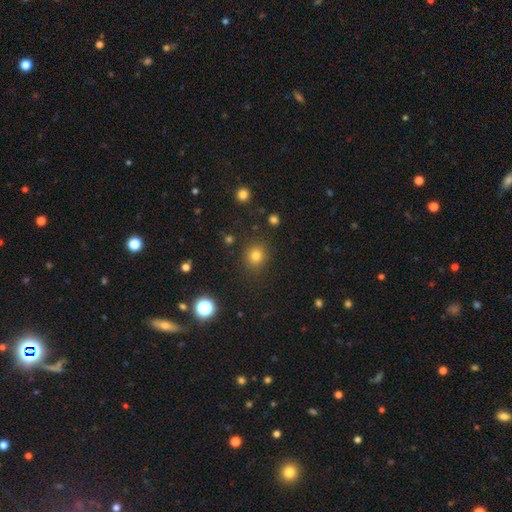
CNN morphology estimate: smooth_or_featured: smooth (p=0.79) [alt: star or artifact p=0.15]
how_rounded: round (p=0.80) [alt: in between p=0.19]
merging: none (p=0.86) [alt: minor disturbance p=0.08]